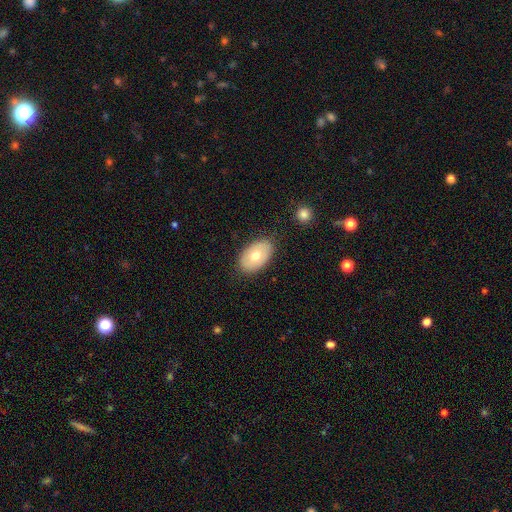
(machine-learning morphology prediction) This is likely a smooth galaxy (65%). How rounded: clearly in between (90%). Merging: clearly none (83%).